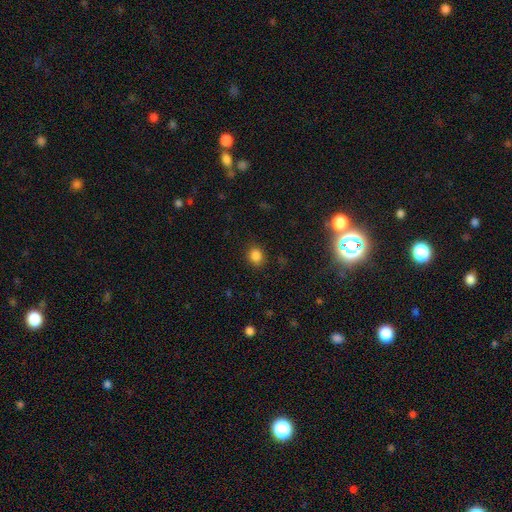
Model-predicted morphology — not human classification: This appears to be a smooth galaxy with no disk features (83%) that is round (68%). Merging: none (87%).